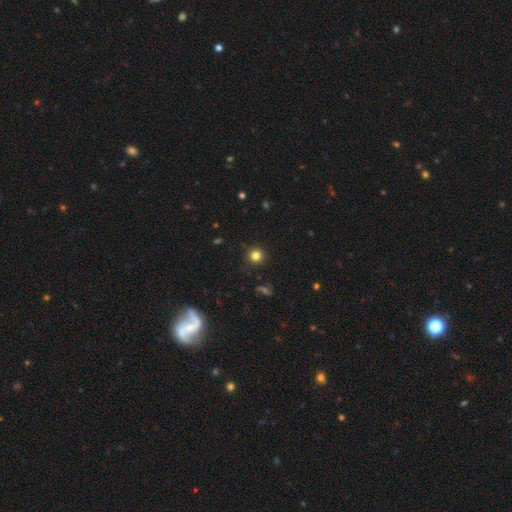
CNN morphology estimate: Smooth or featured: smooth — 80% (star or artifact — 14%)
How rounded: round — 94% (in between — 5%)
Merging: none — 89% (minor disturbance — 7%)